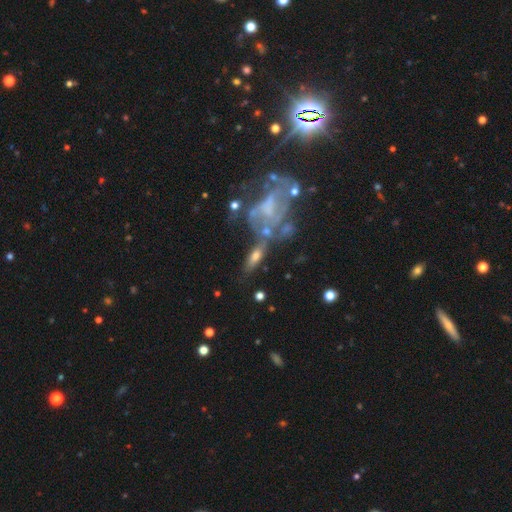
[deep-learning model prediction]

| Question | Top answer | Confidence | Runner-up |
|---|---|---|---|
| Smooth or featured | featured or disk | 53% | smooth (35%) |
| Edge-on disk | no | 70% | yes (30%) |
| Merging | none | 42% | merger (24%) |